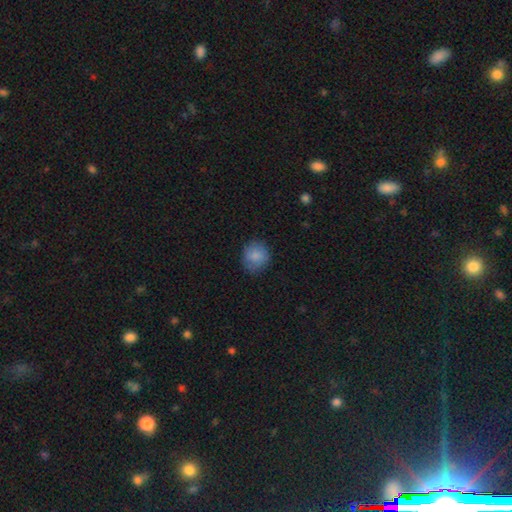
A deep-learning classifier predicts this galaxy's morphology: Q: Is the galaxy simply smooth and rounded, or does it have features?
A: smooth — 85%.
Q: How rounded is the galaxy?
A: round — 82%.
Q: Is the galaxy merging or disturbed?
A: none — 82%.